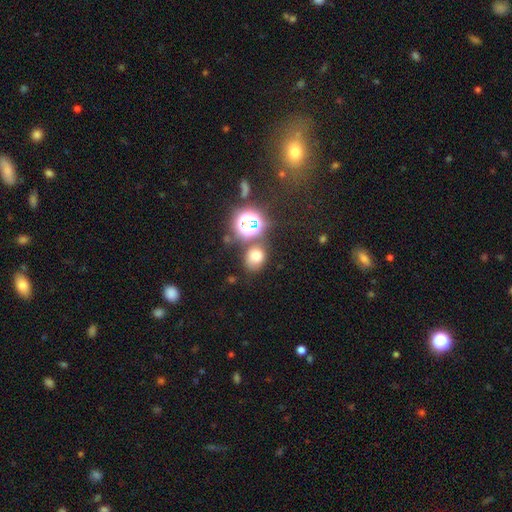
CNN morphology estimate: This is likely a smooth galaxy (66%). How rounded: possibly round (57%). Merging: likely none (65%).